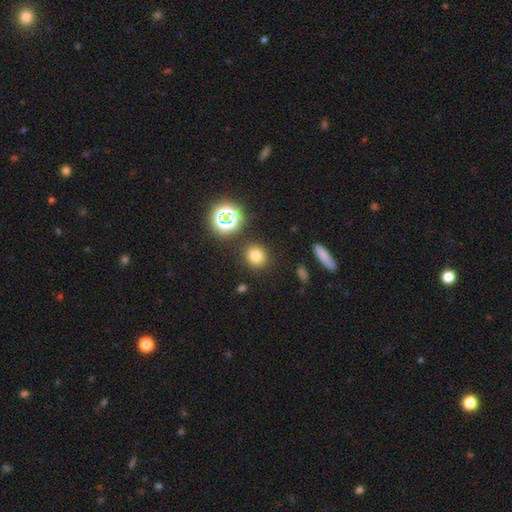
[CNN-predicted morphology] type=smooth (74%); roundness=round (86%); merging=none (87%).